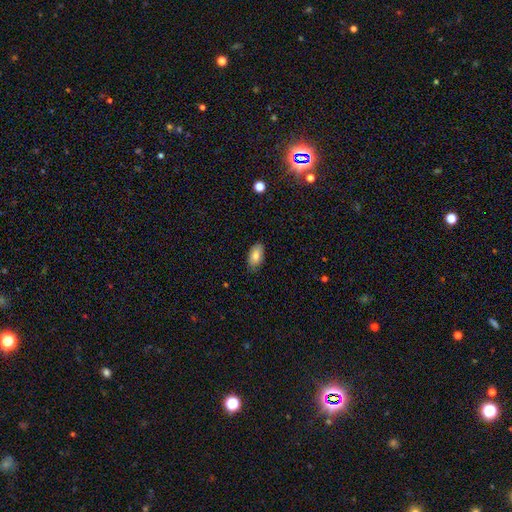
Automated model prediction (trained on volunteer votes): smooth 81%, featured or disk 12%, star or artifact 7%. Down the decision tree: how rounded — in between (93%); merging — none (82%).